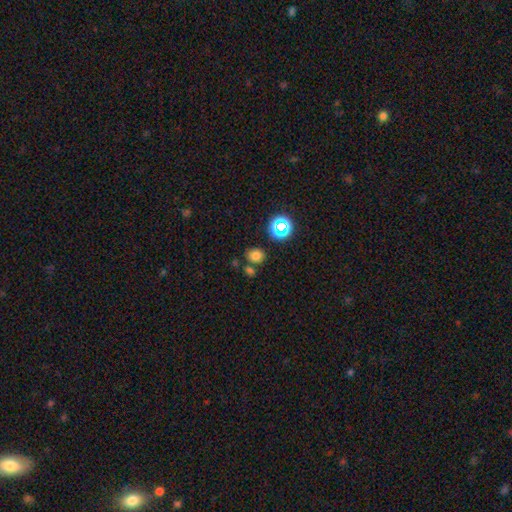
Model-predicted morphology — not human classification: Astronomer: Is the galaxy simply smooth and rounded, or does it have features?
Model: smooth — 73%.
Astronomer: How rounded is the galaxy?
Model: round — 59% (runner-up: in between, 40%).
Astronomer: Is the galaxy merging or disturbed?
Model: none — 70%.